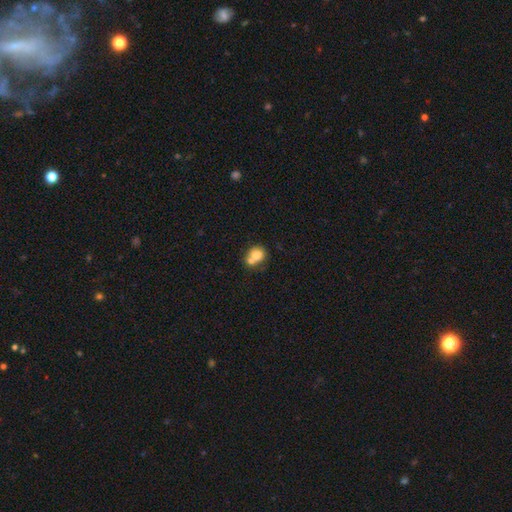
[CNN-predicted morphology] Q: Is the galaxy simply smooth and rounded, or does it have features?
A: smooth — 76%.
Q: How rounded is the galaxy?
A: round — 71%.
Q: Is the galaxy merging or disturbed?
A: merger — 51%.